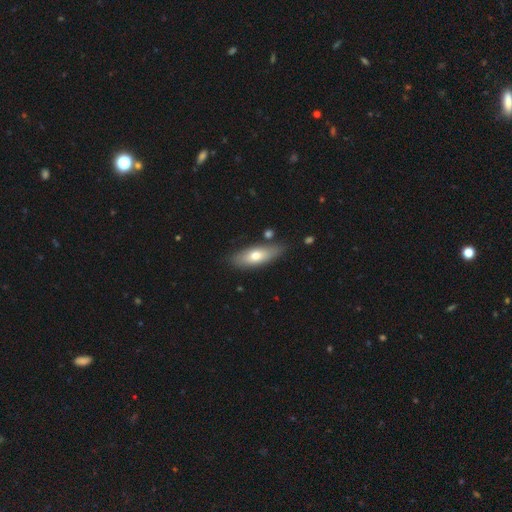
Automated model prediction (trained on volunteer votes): Morphology: type=smooth (66%); roundness=in between (69%); merging=none (79%).